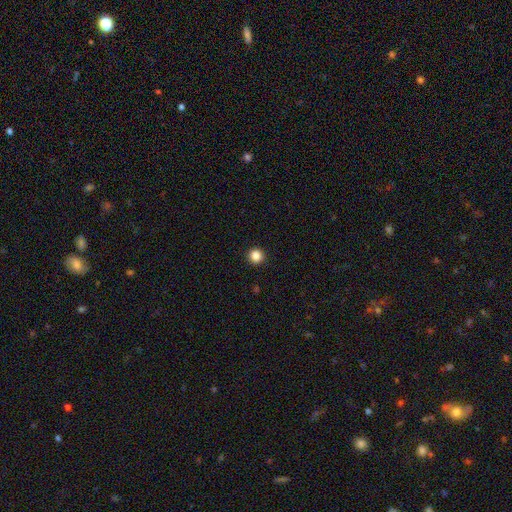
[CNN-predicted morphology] Overall: smooth (86%). How rounded: round (96%). Merging: none (94%).